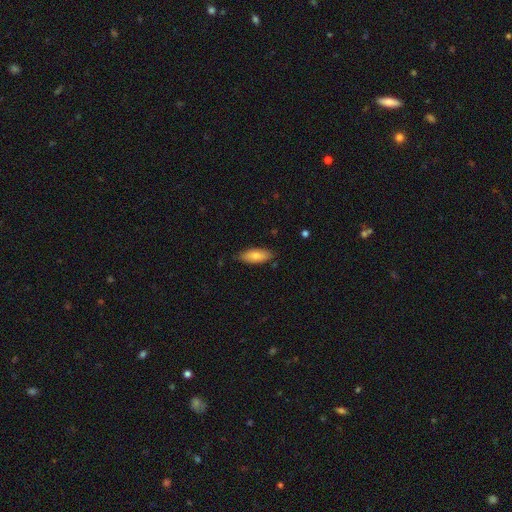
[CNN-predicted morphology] Smooth or featured? Predicted: smooth (p=0.76). How rounded? Predicted: in between (p=0.79). Merging? Predicted: none (p=0.83).